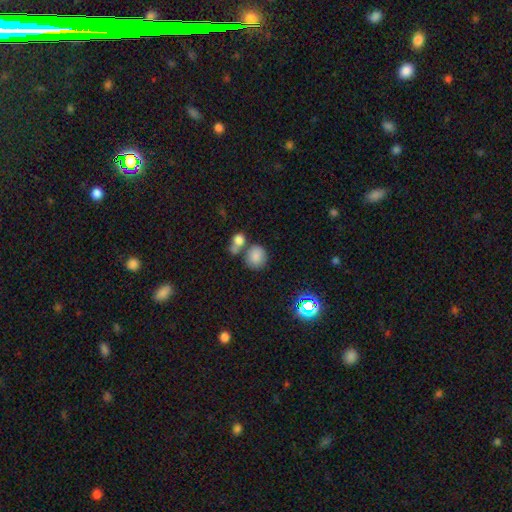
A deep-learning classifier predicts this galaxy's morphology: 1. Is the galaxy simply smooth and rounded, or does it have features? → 80% smooth, 12% star or artifact, 8% featured or disk.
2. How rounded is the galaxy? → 77% round, 21% in between, 1% cigar-shaped.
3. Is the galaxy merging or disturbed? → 51% none, 33% merger, 12% minor disturbance, 5% major disturbance.